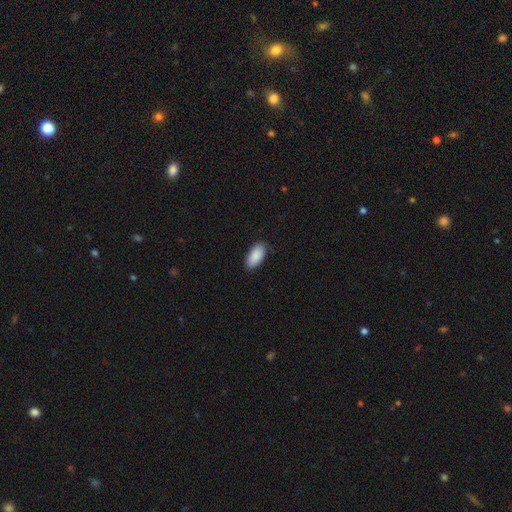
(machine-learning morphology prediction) type=smooth (90%); roundness=in between (94%); merging=none (85%).